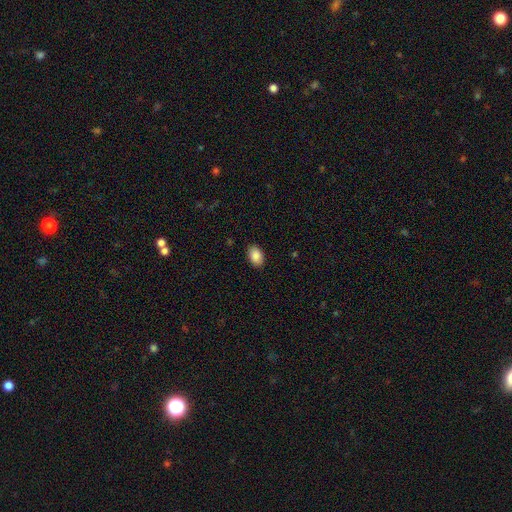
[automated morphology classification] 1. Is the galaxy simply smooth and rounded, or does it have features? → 89% smooth, 7% star or artifact, 4% featured or disk.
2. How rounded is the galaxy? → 86% in between, 12% round, 1% cigar-shaped.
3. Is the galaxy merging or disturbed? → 88% none, 9% minor disturbance, 2% major disturbance, 1% merger.